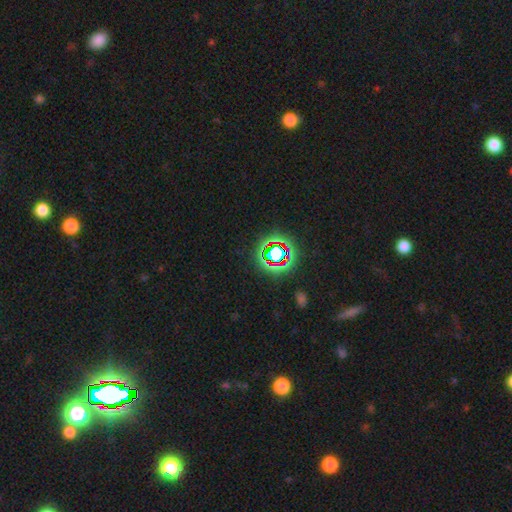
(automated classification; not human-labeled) Q: Smooth or featured?
A: star or artifact (72%); runner-up: smooth (16%)